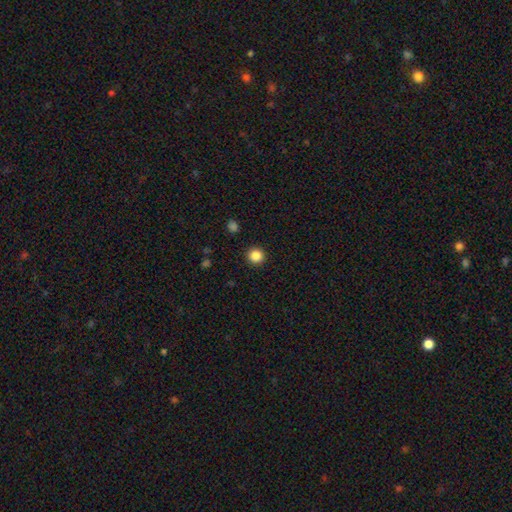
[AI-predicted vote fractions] smooth_or_featured: smooth (p=0.85) [alt: star or artifact p=0.11]
how_rounded: round (p=0.95) [alt: in between p=0.04]
merging: none (p=0.93) [alt: minor disturbance p=0.04]